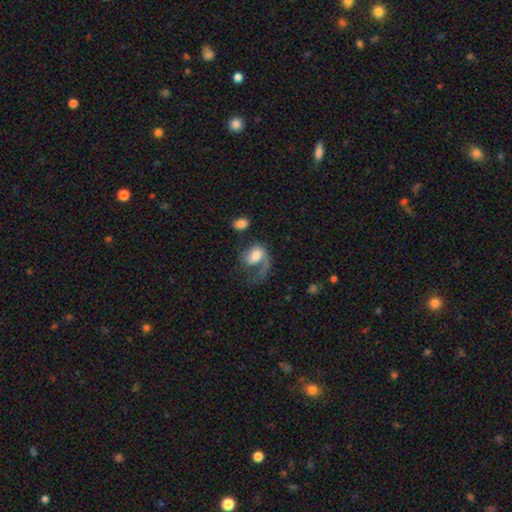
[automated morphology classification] This appears to be a featured or disk galaxy (51%). Merging: major disturbance (53%).